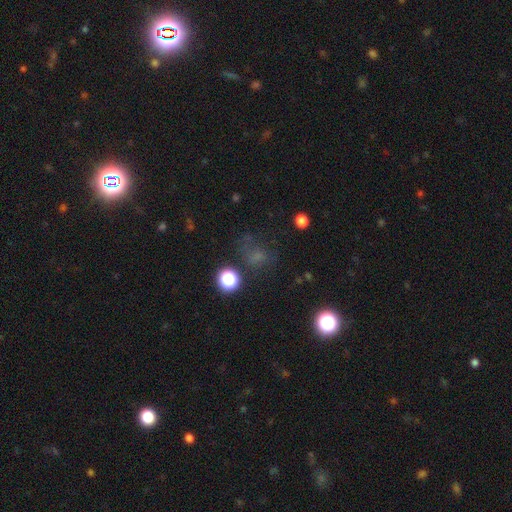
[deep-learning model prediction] Q: Smooth or featured?
A: smooth (52%); runner-up: star or artifact (35%)
Q: How rounded?
A: round (65%); runner-up: in between (33%)
Q: Merging?
A: none (57%); runner-up: minor disturbance (20%)